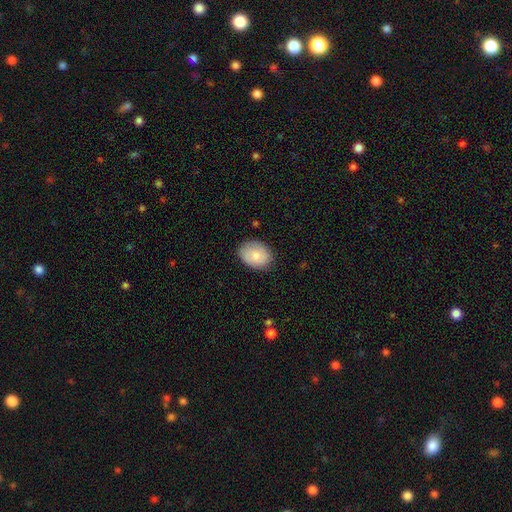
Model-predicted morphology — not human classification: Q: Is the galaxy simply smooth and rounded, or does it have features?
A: smooth — 75%.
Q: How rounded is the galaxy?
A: in between — 68%.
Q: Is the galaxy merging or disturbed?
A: none — 81%.